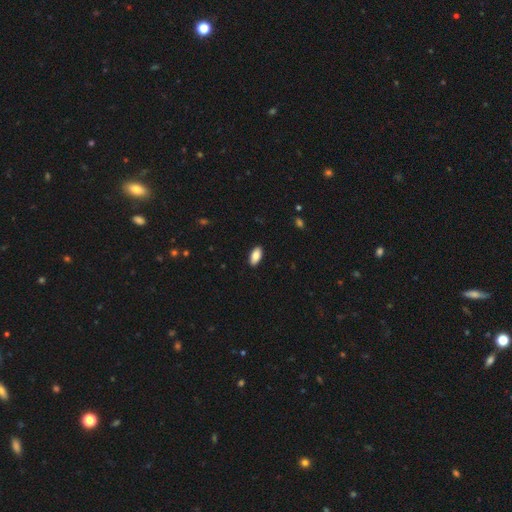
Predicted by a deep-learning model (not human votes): smooth_or_featured: smooth (p=0.86) [alt: featured or disk p=0.08]
how_rounded: in between (p=0.91) [alt: cigar-shaped p=0.07]
merging: none (p=0.90) [alt: minor disturbance p=0.08]